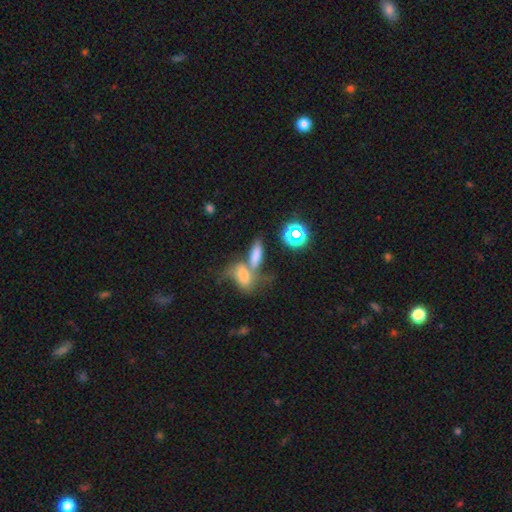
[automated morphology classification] smooth_or_featured: smooth (p=0.69) [alt: featured or disk p=0.16]
how_rounded: in between (p=0.71) [alt: cigar-shaped p=0.22]
merging: merger (p=0.61) [alt: none p=0.24]